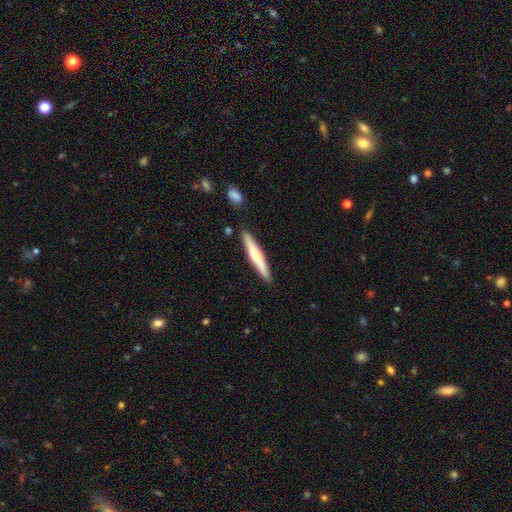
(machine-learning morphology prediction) Smooth or featured? smooth (53%)
How rounded? cigar-shaped (93%)
Merging? none (87%)